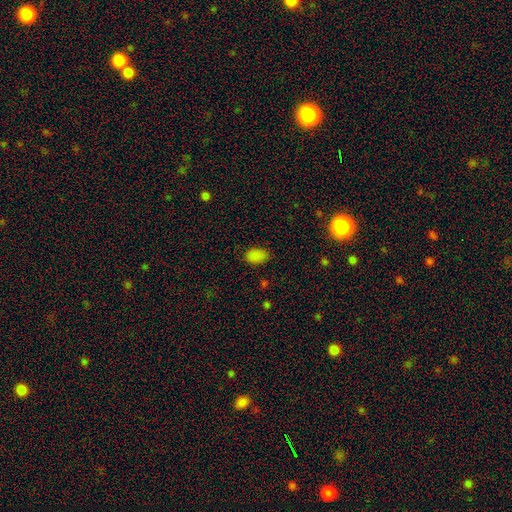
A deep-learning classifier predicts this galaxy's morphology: Smooth or featured: smooth — 83% (star or artifact — 13%)
How rounded: in between — 88% (round — 10%)
Merging: none — 79% (minor disturbance — 16%)